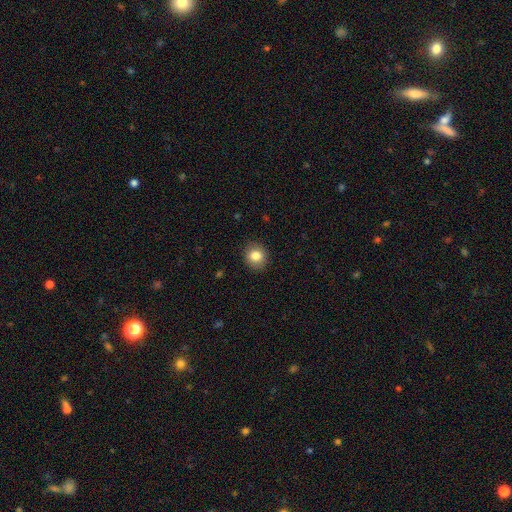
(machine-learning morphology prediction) This is clearly a smooth galaxy (84%). How rounded: likely round (78%). Merging: clearly none (90%).